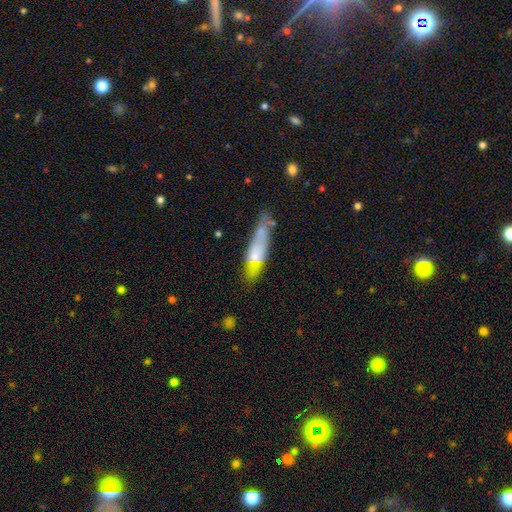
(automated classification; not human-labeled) The model was most divided on "smooth or featured": smooth: 58%, featured or disk: 34%, star or artifact: 8%. More confident: how rounded — cigar-shaped (72%); merging — none (51%).